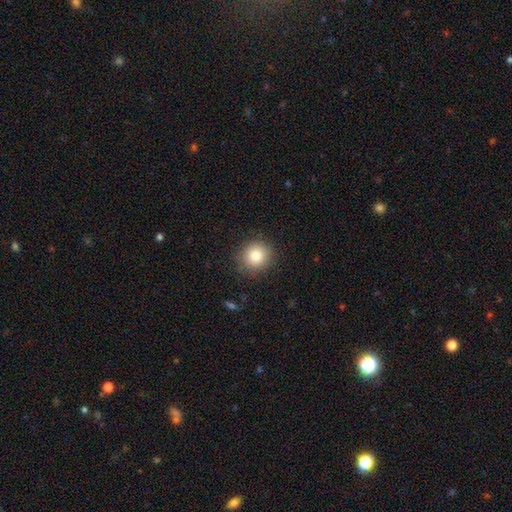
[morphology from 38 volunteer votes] A smooth galaxy with no disk features (74%) that is round (100%).

Vote fractions:
- Smooth or featured? smooth: 74% / featured or disk: 16% / star or artifact: 11%
- How rounded? round: 100% / in between: 0% / cigar-shaped: 0%
- Merging? none: 85% / major disturbance: 9% / minor disturbance: 6% / merger: 0%